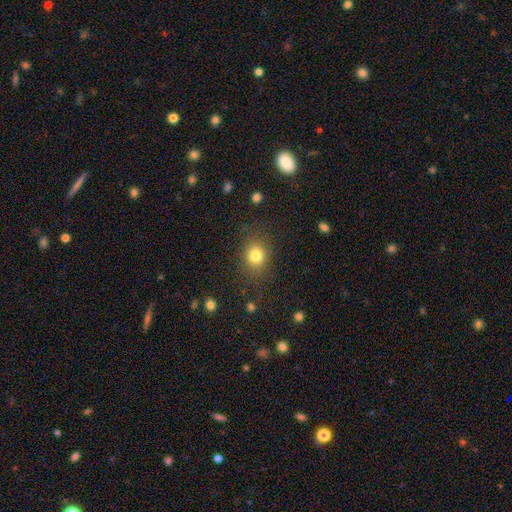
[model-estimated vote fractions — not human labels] Morphology: type=smooth (81%); roundness=round (66%); merging=none (81%).